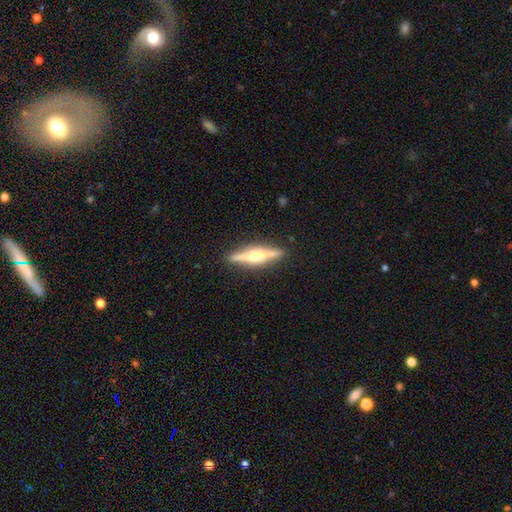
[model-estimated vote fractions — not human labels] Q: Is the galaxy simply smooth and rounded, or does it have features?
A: featured or disk — 74%.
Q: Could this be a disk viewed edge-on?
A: yes — 98%.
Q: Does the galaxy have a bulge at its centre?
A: rounded — 84%.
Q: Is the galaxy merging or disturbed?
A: none — 90%.